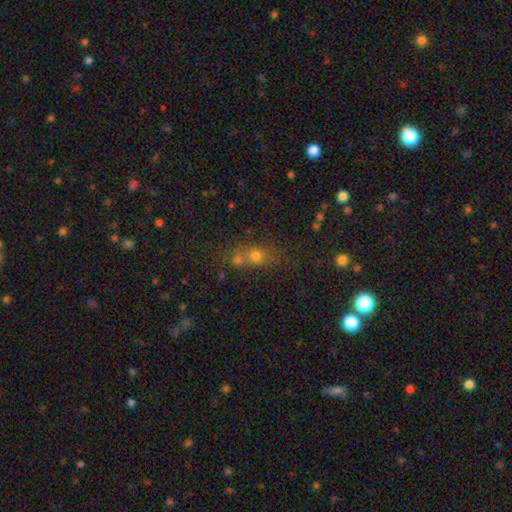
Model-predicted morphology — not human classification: A smooth galaxy with no disk features (55%) that is round (67%).

Vote fractions:
- Smooth or featured? smooth: 55% / star or artifact: 31% / featured or disk: 14%
- How rounded? round: 67% / in between: 28% / cigar-shaped: 5%
- Merging? none: 51% / merger: 35% / minor disturbance: 10% / major disturbance: 5%